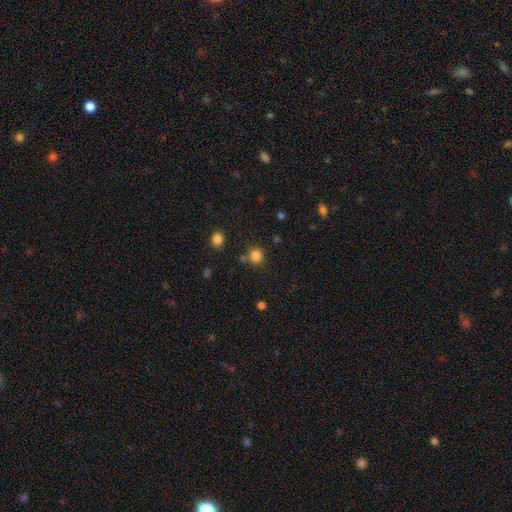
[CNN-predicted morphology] Smooth or featured: smooth — 82% (star or artifact — 13%)
How rounded: round — 88% (in between — 11%)
Merging: none — 76% (merger — 11%)